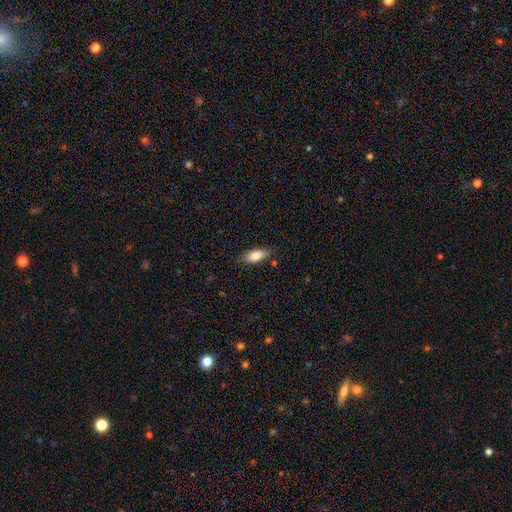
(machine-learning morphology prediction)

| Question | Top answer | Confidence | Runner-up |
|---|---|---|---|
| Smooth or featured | smooth | 82% | featured or disk (11%) |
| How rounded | in between | 81% | cigar-shaped (17%) |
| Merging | none | 80% | minor disturbance (15%) |